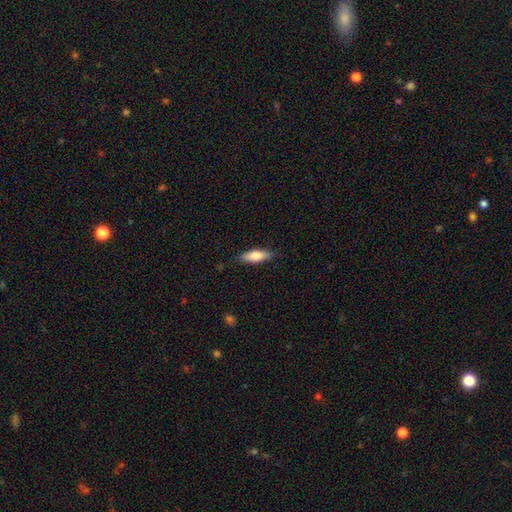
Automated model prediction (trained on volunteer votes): Q: Smooth or featured?
A: smooth (72%); runner-up: featured or disk (22%)
Q: How rounded?
A: in between (57%); runner-up: cigar-shaped (41%)
Q: Merging?
A: none (85%); runner-up: minor disturbance (12%)